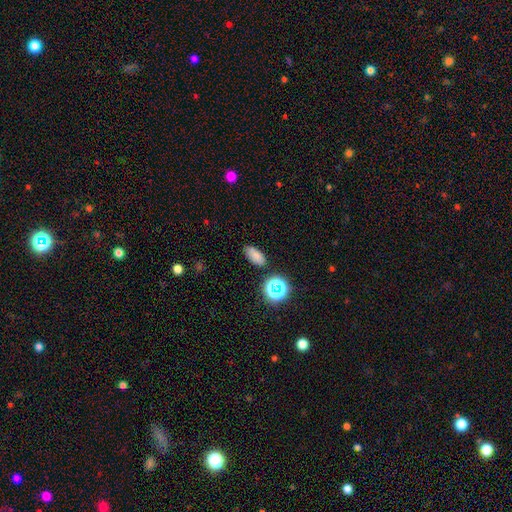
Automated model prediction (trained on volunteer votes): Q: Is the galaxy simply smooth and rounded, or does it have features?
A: smooth — 77%.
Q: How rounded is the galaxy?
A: in between — 85%.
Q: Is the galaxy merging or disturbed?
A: none — 84%.